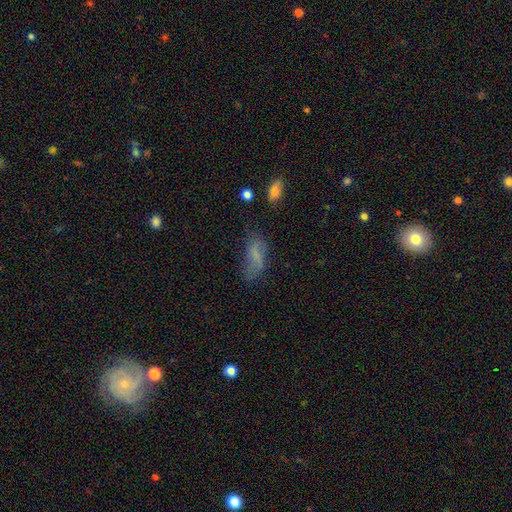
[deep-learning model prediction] Smooth or featured: smooth — 62% (featured or disk — 27%)
How rounded: in between — 82% (cigar-shaped — 14%)
Merging: none — 55% (minor disturbance — 27%)